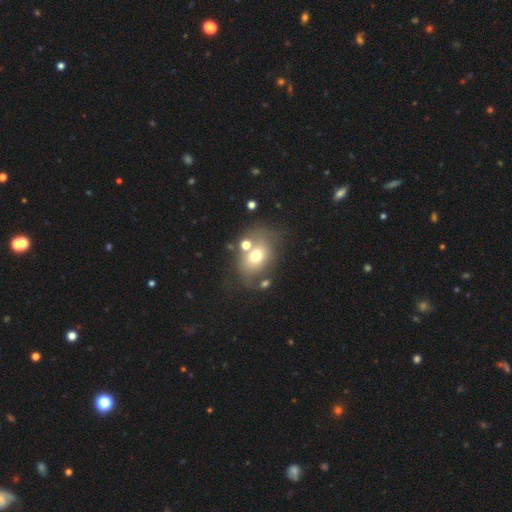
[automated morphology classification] A smooth galaxy with no disk features (64%) that is in between round and cigar-shaped (62%).

Vote fractions:
- Smooth or featured? smooth: 64% / featured or disk: 23% / star or artifact: 12%
- How rounded? in between: 62% / round: 37% / cigar-shaped: 1%
- Merging? none: 56% / minor disturbance: 17% / merger: 17% / major disturbance: 10%